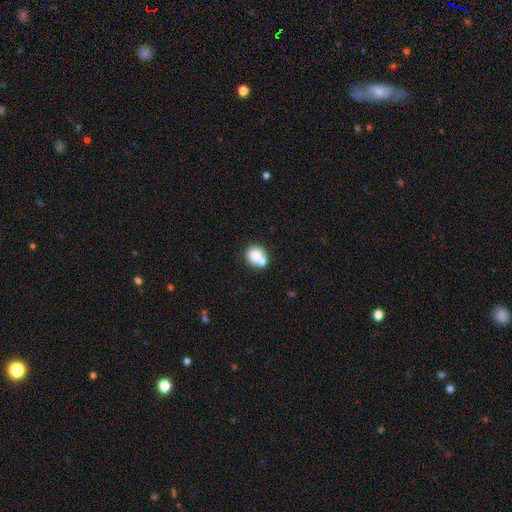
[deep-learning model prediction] Smooth or featured?
  - smooth: 77% *
  - featured or disk: 13%
  - star or artifact: 10%
How rounded?
  - round: 83% *
  - in between: 16%
  - cigar-shaped: 1%
Merging?
  - none: 49% *
  - merger: 38%
  - minor disturbance: 9%
  - major disturbance: 4%